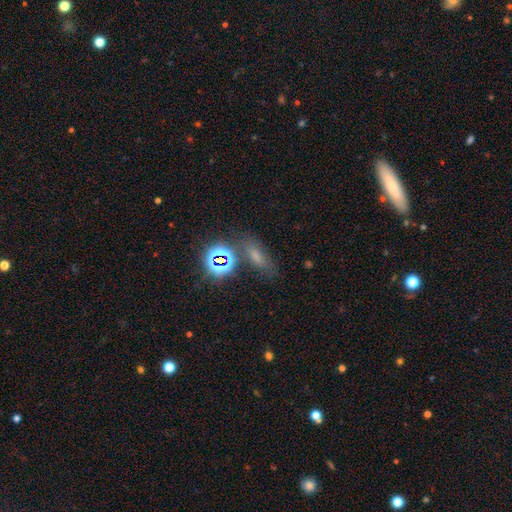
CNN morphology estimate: Smooth or featured? Predicted: smooth (p=0.56). How rounded? Predicted: in between (p=0.64). Merging? Predicted: none (p=0.65).